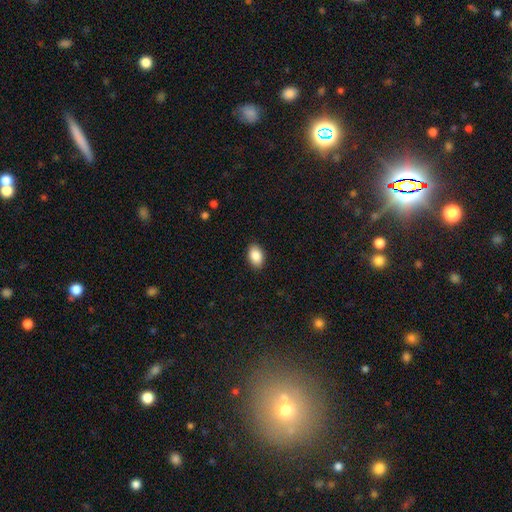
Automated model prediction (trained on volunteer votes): This is clearly a smooth galaxy (88%). How rounded: clearly in between (90%). Merging: clearly none (90%).